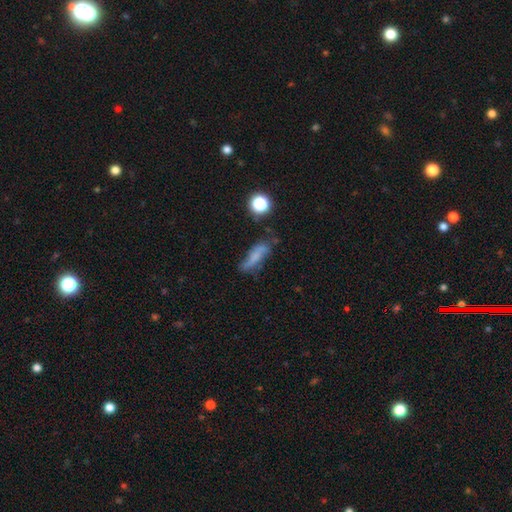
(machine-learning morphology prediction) Smooth or featured? smooth (52%)
How rounded? cigar-shaped (48%)
Merging? none (48%)